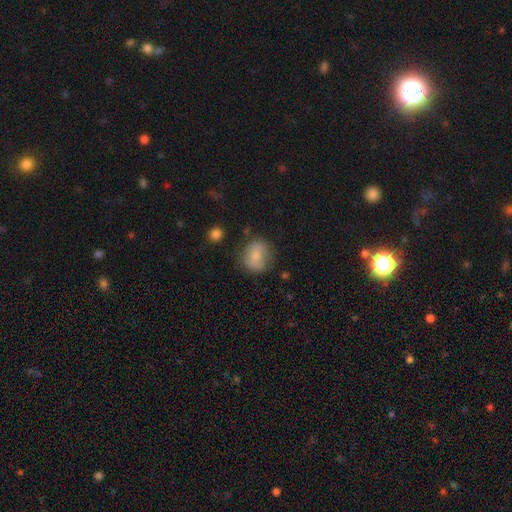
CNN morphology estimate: Overall: smooth (70%). How rounded: round (68%; in between 31%). Merging: none (67%).